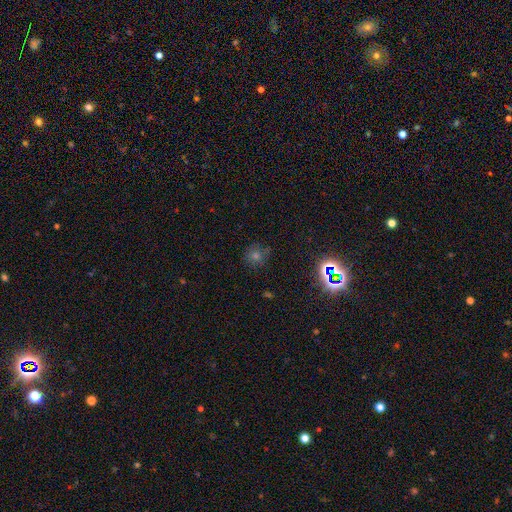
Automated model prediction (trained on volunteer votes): smooth_or_featured: smooth (p=0.48) [alt: star or artifact p=0.40]
merging: none (p=0.82) [alt: minor disturbance p=0.12]